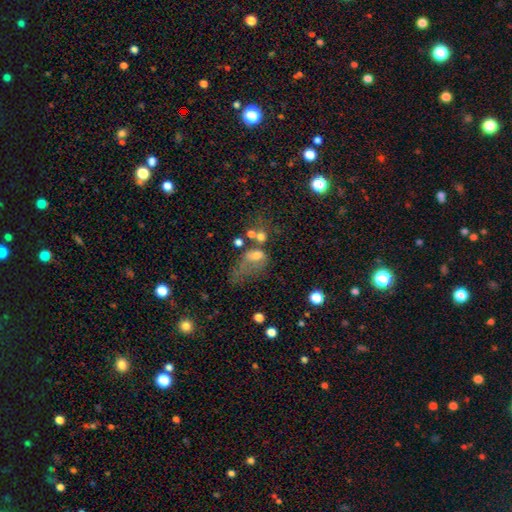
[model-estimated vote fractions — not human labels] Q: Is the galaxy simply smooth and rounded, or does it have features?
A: smooth — 52%.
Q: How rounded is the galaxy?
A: in between — 73%.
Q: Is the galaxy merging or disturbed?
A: major disturbance — 44%.